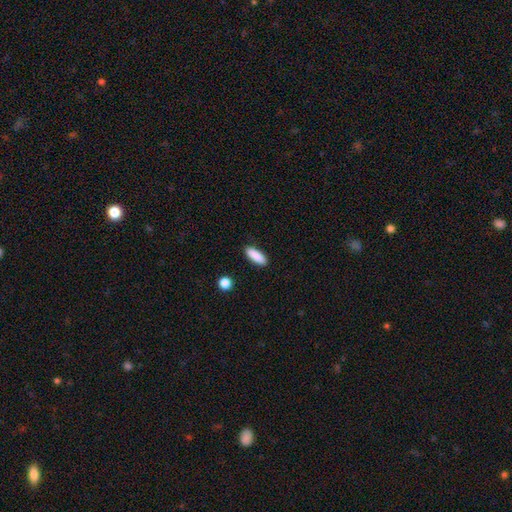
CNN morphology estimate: type=smooth (89%); roundness=in between (50%); merging=none (89%).